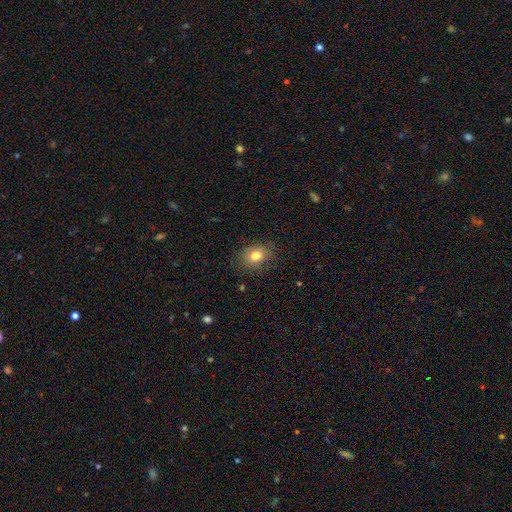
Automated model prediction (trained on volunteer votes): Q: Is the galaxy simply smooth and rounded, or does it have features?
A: smooth — 78%.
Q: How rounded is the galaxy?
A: in between — 60%.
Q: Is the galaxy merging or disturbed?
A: none — 79%.